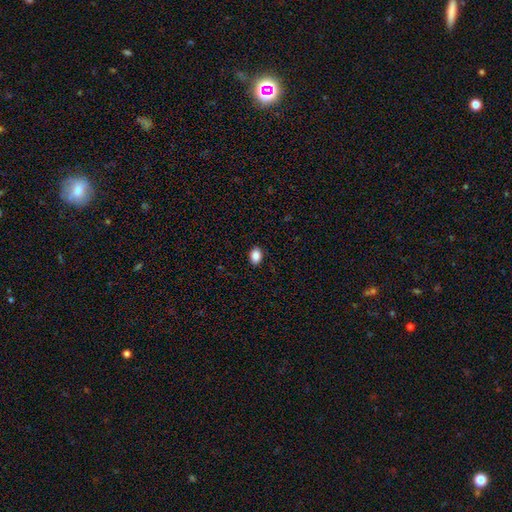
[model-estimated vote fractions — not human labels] Smooth or featured: smooth — 88% (star or artifact — 8%)
How rounded: in between — 78% (round — 21%)
Merging: none — 89% (minor disturbance — 8%)